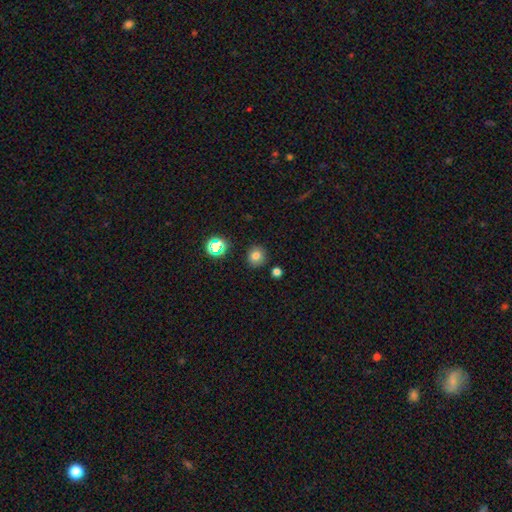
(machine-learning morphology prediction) Q: Smooth or featured?
A: smooth (77%); runner-up: star or artifact (16%)
Q: How rounded?
A: round (90%); runner-up: in between (9%)
Q: Merging?
A: none (87%); runner-up: minor disturbance (8%)